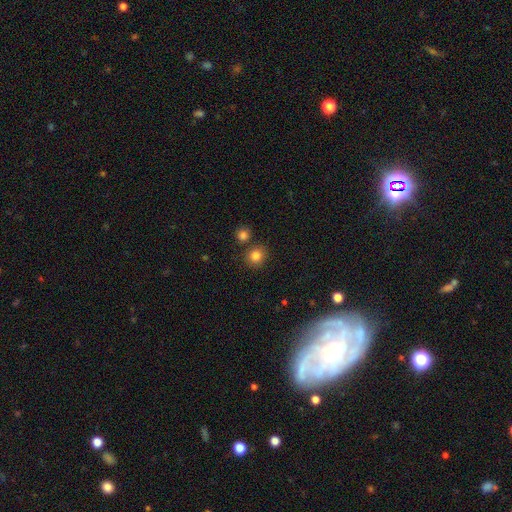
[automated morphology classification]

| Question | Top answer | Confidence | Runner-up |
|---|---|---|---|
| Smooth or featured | smooth | 83% | star or artifact (12%) |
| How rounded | round | 86% | in between (14%) |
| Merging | none | 78% | merger (10%) |